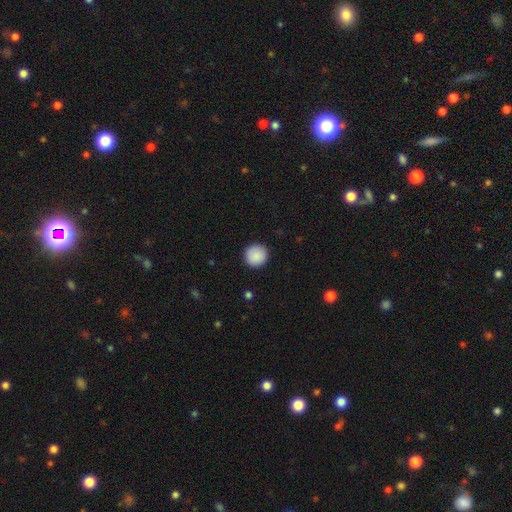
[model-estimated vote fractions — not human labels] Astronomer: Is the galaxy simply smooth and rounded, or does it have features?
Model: smooth — 89%.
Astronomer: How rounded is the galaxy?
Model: round — 95%.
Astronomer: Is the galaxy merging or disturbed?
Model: none — 91%.